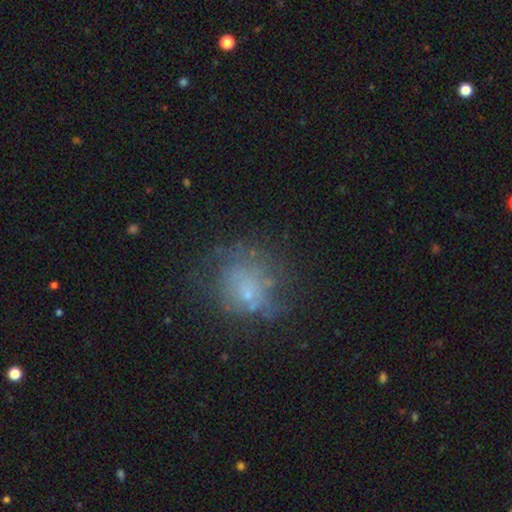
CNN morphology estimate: Smooth or featured? Predicted: smooth (p=0.51). How rounded? Predicted: round (p=0.74). Merging? Predicted: none (p=0.64).